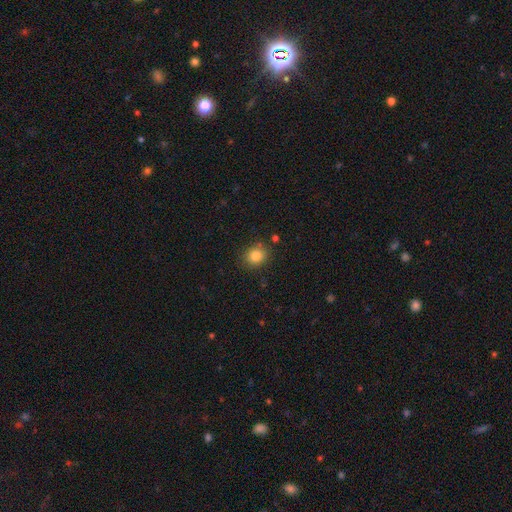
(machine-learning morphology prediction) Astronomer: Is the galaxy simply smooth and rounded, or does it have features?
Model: smooth — 83%.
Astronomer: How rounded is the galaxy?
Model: round — 71%.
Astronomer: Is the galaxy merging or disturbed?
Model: none — 84%.